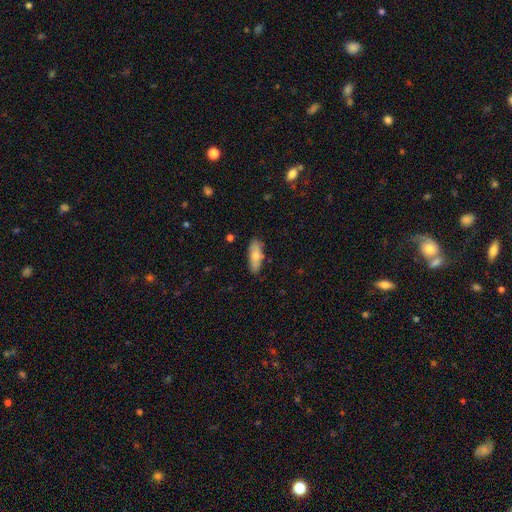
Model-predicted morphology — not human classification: smooth_or_featured: smooth (p=0.72) [alt: featured or disk p=0.21]
how_rounded: in between (p=0.67) [alt: cigar-shaped p=0.31]
merging: none (p=0.80) [alt: minor disturbance p=0.14]